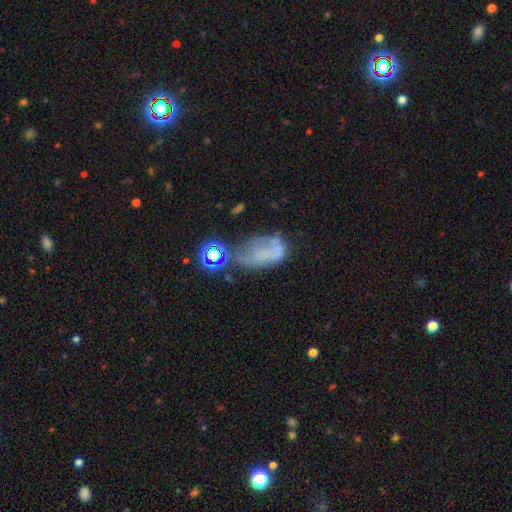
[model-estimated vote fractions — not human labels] Q: Smooth or featured?
A: smooth (42%); runner-up: featured or disk (38%)
Q: Merging?
A: major disturbance (36%); runner-up: none (25%)